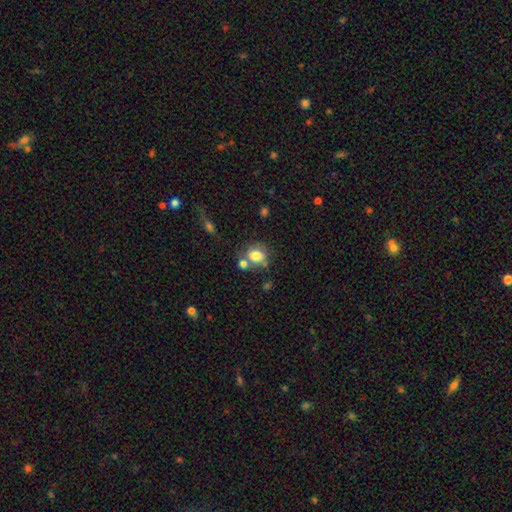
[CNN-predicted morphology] The model was most divided on "how rounded": round: 54%, in between: 45%, cigar-shaped: 1%. Remaining: smooth or featured — smooth (77%); merging — none (50%).